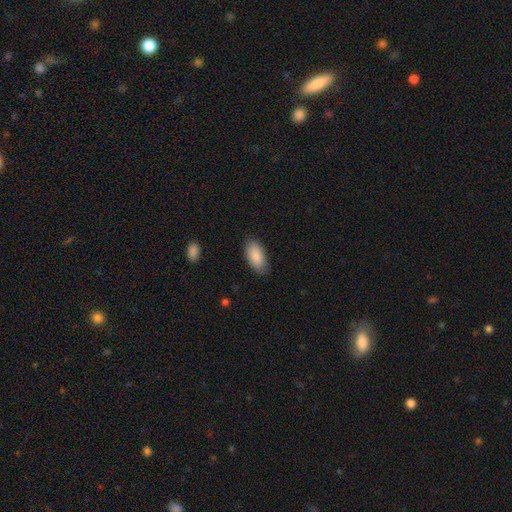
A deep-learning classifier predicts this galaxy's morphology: This is clearly a smooth galaxy (88%). How rounded: clearly in between (93%). Merging: clearly none (82%).